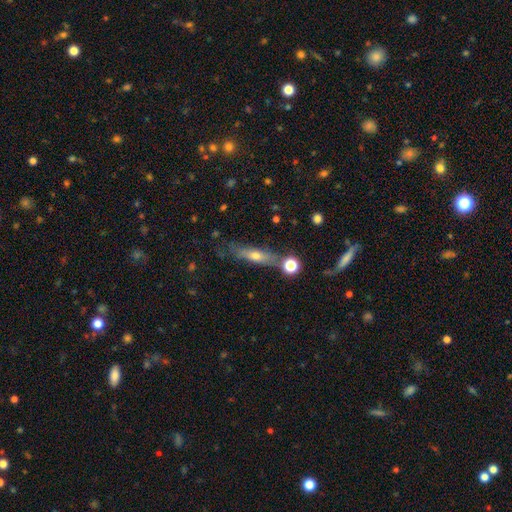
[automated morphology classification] Smooth or featured?
  - smooth: 49% *
  - featured or disk: 42%
  - star or artifact: 10%
Merging?
  - none: 67% *
  - minor disturbance: 17%
  - merger: 10%
  - major disturbance: 6%